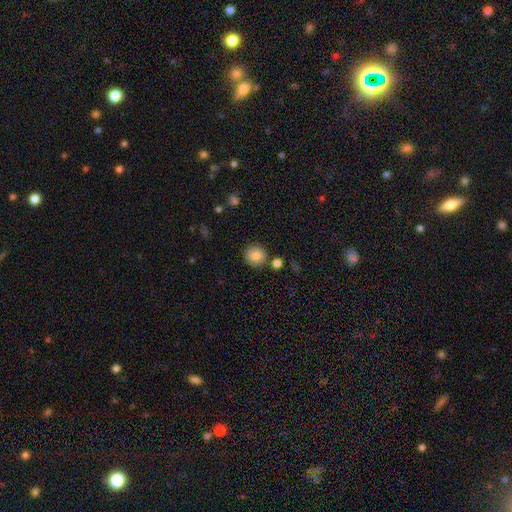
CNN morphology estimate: Smooth or featured? Predicted: smooth (p=0.83). How rounded? Predicted: round (p=0.91). Merging? Predicted: none (p=0.84).